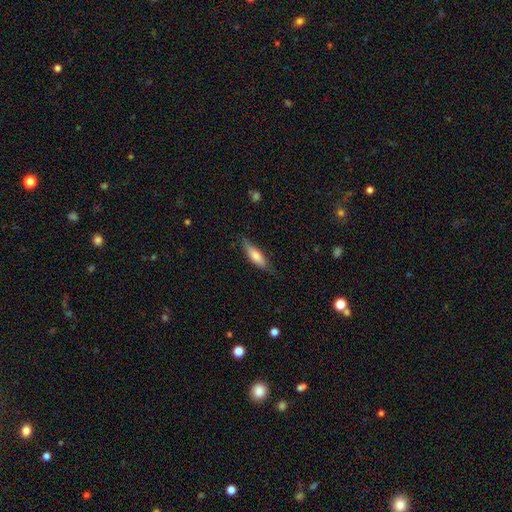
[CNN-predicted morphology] smooth_or_featured: smooth (p=0.69) [alt: featured or disk p=0.25]
how_rounded: cigar-shaped (p=0.56) [alt: in between p=0.42]
merging: none (p=0.75) [alt: minor disturbance p=0.20]